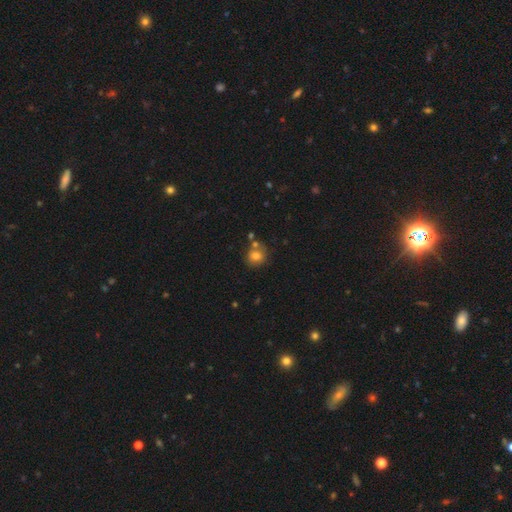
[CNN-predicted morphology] A smooth galaxy with no disk features (78%) that is round (85%).

Vote fractions:
- Smooth or featured? smooth: 78% / star or artifact: 12% / featured or disk: 10%
- How rounded? round: 85% / in between: 14% / cigar-shaped: 1%
- Merging? none: 68% / merger: 17% / minor disturbance: 11% / major disturbance: 3%